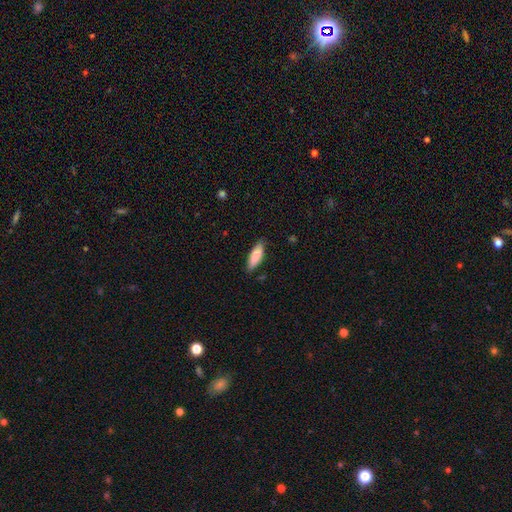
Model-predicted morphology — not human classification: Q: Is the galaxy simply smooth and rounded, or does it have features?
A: smooth — 86%.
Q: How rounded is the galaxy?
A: in between — 57%.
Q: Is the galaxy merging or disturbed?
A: none — 81%.